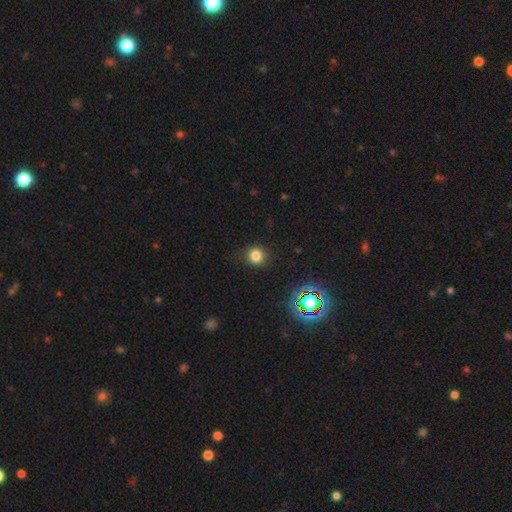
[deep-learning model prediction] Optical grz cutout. It shows a smooth galaxy with no disk features (79%) that is round (89%). Merging: none (87%).